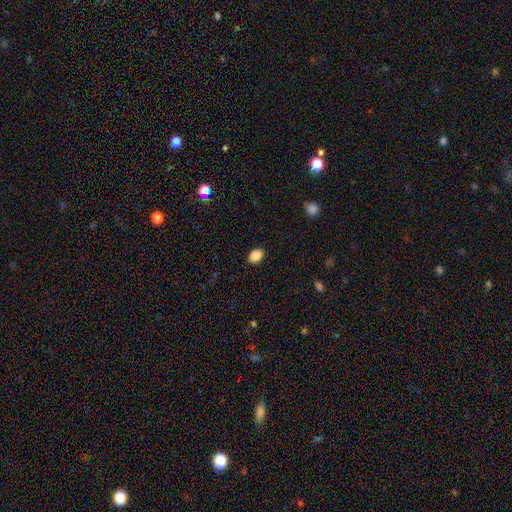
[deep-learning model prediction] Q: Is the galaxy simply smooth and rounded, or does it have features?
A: smooth — 87%.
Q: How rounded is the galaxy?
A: in between — 82%.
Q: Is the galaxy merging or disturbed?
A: none — 89%.